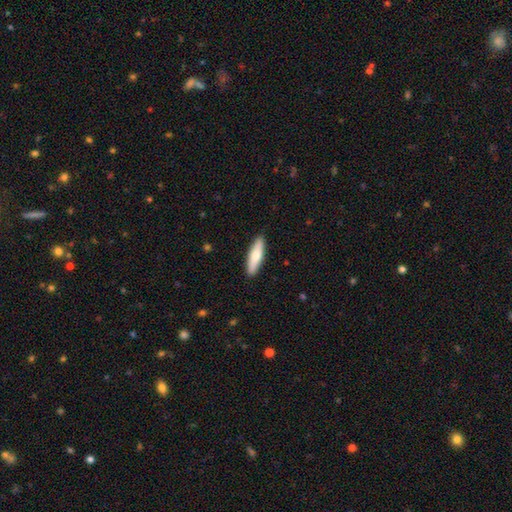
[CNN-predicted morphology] The model was most divided on "how rounded": cigar-shaped: 70%, in between: 29%, round: 2%. More confident: merging — none (90%); smooth or featured — smooth (70%).